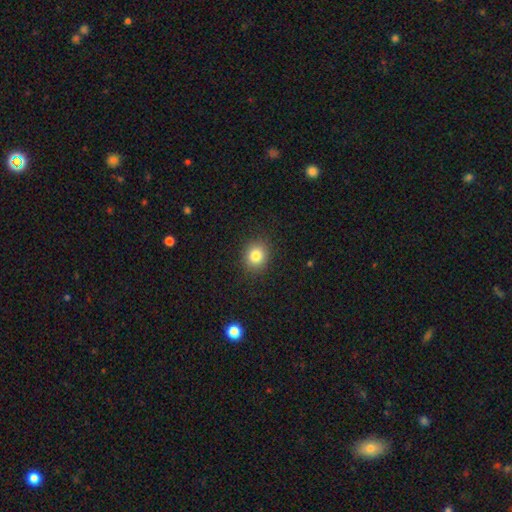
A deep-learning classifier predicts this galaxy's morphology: smooth-or-featured: smooth: 83% | star or artifact: 11% | featured or disk: 6%
  how-rounded: round: 76% | in between: 23% | cigar-shaped: 1%
  merging: none: 89% | minor disturbance: 8% | major disturbance: 2% | merger: 1%